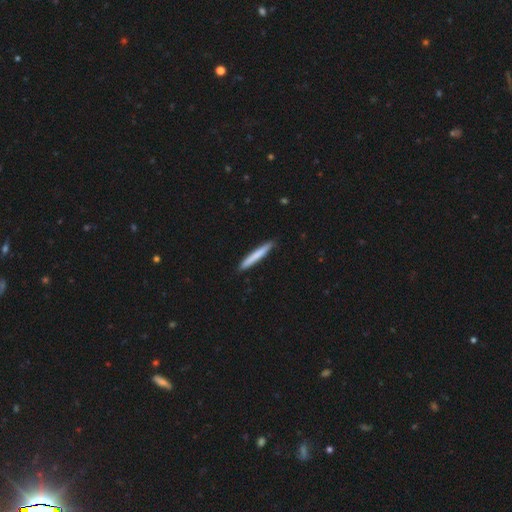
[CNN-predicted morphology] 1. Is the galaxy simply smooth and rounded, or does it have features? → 74% smooth, 21% featured or disk, 5% star or artifact.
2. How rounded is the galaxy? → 96% cigar-shaped, 2% in between, 1% round.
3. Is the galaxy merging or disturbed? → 90% none, 7% minor disturbance, 1% major disturbance, 1% merger.